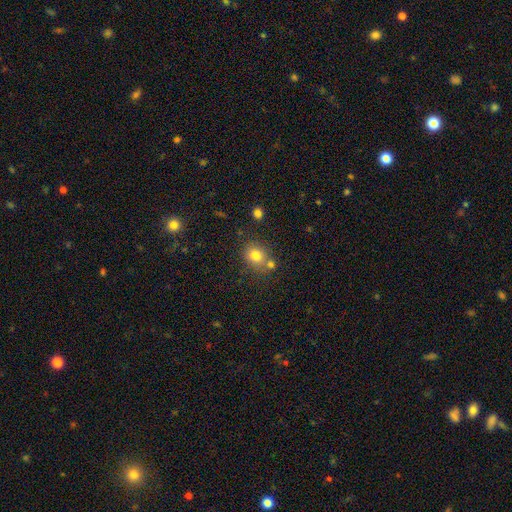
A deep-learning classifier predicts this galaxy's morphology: type=smooth (78%); roundness=round (74%); merging=none (64%).